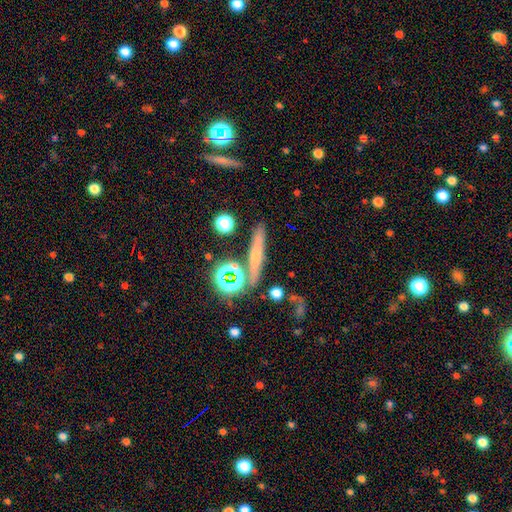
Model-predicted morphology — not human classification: Smooth or featured: smooth — 49% (featured or disk — 27%)
Merging: none — 79% (minor disturbance — 10%)